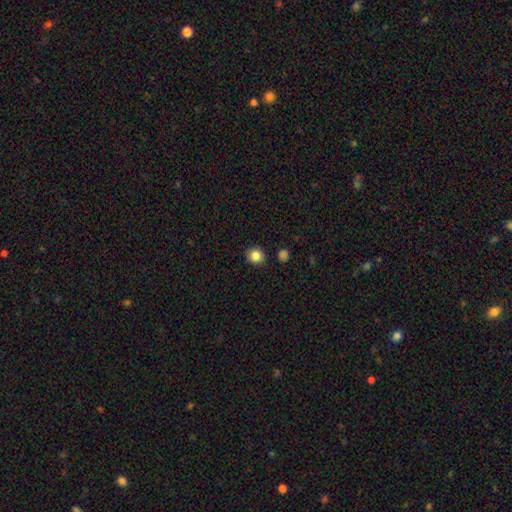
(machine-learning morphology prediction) type=smooth (84%); roundness=round (87%); merging=none (90%).